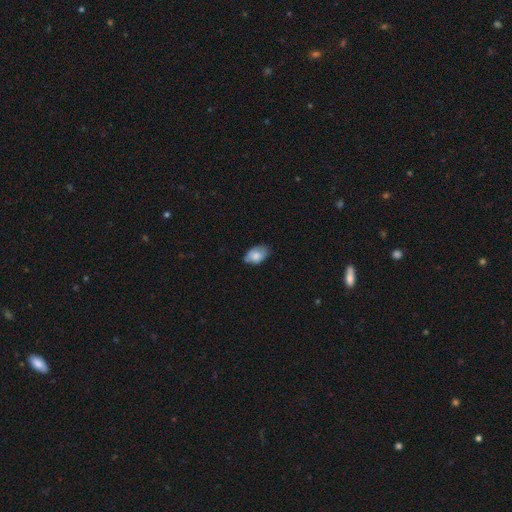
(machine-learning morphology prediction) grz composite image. It shows a smooth galaxy with no disk features (78%) that is in between round and cigar-shaped (89%). Merging: none (66%).